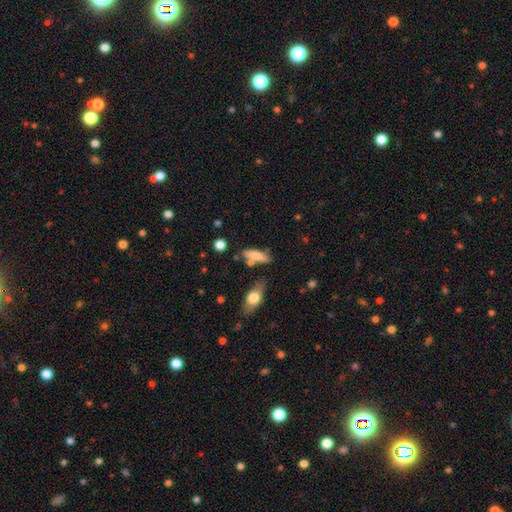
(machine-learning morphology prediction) Smooth or featured?
  - smooth: 74% *
  - featured or disk: 19%
  - star or artifact: 8%
How rounded?
  - cigar-shaped: 52% *
  - in between: 45%
  - round: 3%
Merging?
  - none: 64% *
  - minor disturbance: 18%
  - merger: 12%
  - major disturbance: 5%